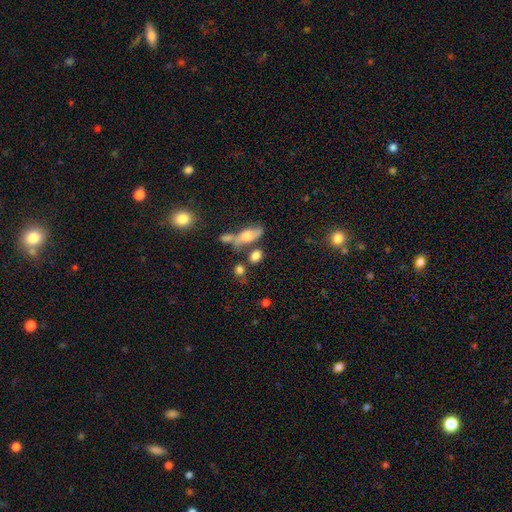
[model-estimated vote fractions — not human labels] Smooth or featured? smooth (74%)
How rounded? in between (59%)
Merging? none (53%)